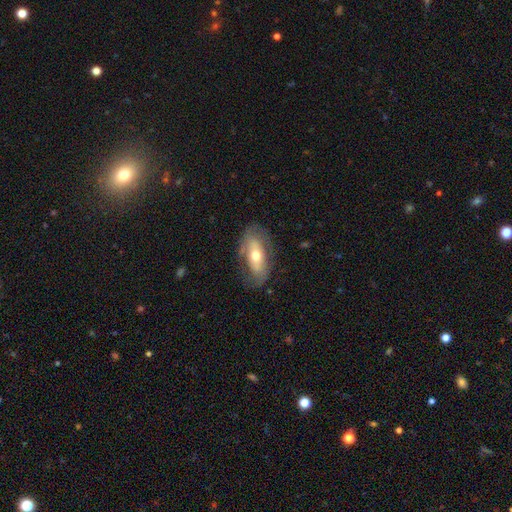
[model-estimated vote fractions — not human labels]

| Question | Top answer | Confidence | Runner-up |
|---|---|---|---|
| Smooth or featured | featured or disk | 53% | smooth (41%) |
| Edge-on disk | no | 83% | yes (17%) |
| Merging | none | 70% | minor disturbance (19%) |